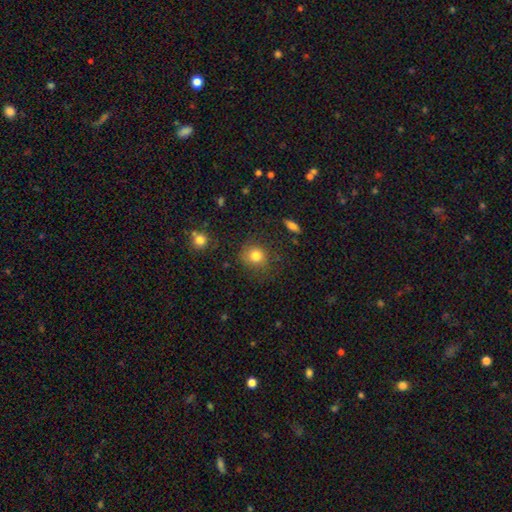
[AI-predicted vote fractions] Smooth or featured? smooth (81%)
How rounded? round (81%)
Merging? none (75%)